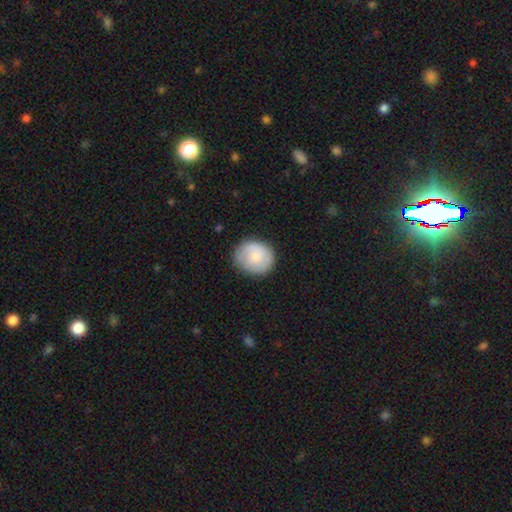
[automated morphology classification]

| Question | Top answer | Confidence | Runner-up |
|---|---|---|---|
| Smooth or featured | smooth | 65% | featured or disk (28%) |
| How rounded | round | 81% | in between (19%) |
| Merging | none | 79% | minor disturbance (15%) |